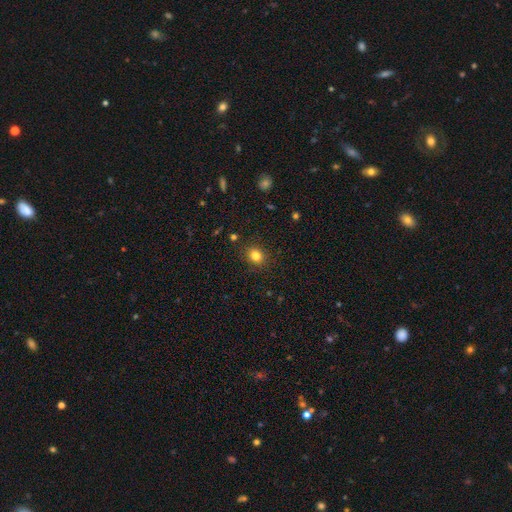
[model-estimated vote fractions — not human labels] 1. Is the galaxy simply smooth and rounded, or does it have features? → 82% smooth, 12% star or artifact, 6% featured or disk.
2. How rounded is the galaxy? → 66% round, 33% in between, 1% cigar-shaped.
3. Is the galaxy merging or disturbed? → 89% none, 8% minor disturbance, 2% major disturbance, 1% merger.